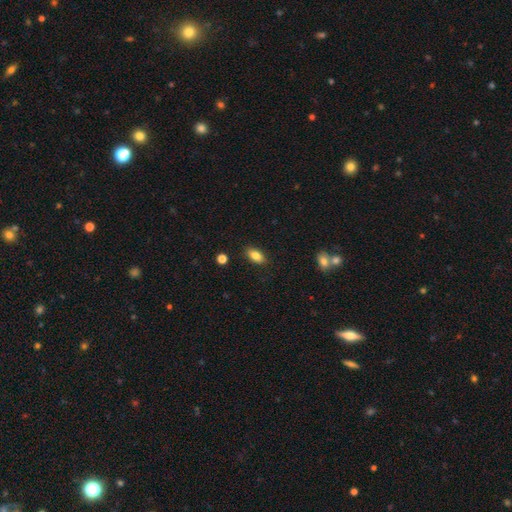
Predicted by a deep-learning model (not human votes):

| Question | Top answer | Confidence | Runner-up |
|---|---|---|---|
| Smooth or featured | smooth | 83% | featured or disk (9%) |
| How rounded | in between | 89% | round (6%) |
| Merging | none | 87% | minor disturbance (9%) |